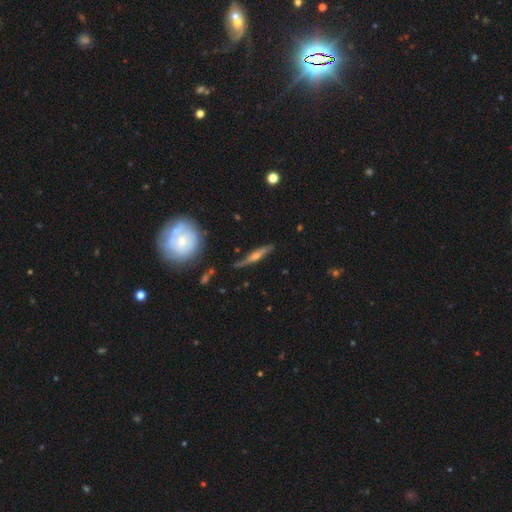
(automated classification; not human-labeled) This is likely a featured or disk galaxy (70%). It is clearly viewed edge-on (89%). Edge-on bulge: clearly rounded (84%). Merging: likely none (80%).